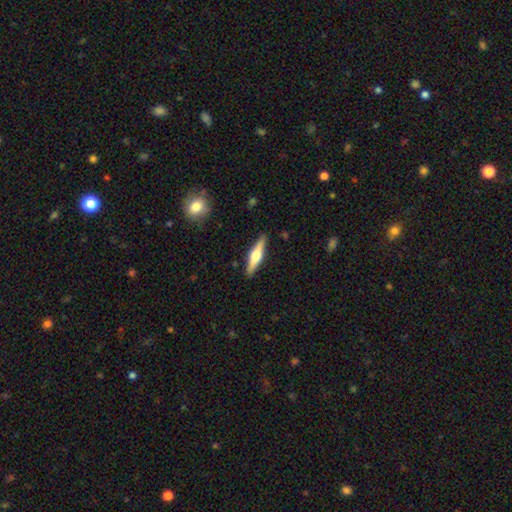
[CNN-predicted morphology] Overall: featured or disk (58%; smooth 37%). Edge-on disk: yes (96%). Edge-on bulge: rounded (91%). Merging: none (89%).